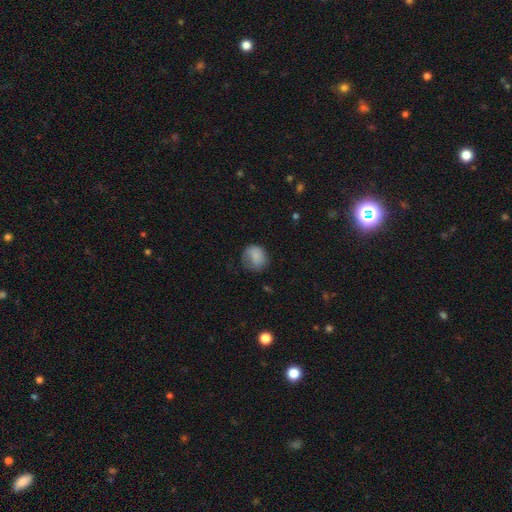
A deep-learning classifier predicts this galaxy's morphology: Smooth or featured: smooth — 80% (featured or disk — 12%)
How rounded: round — 72% (in between — 27%)
Merging: none — 56% (minor disturbance — 29%)